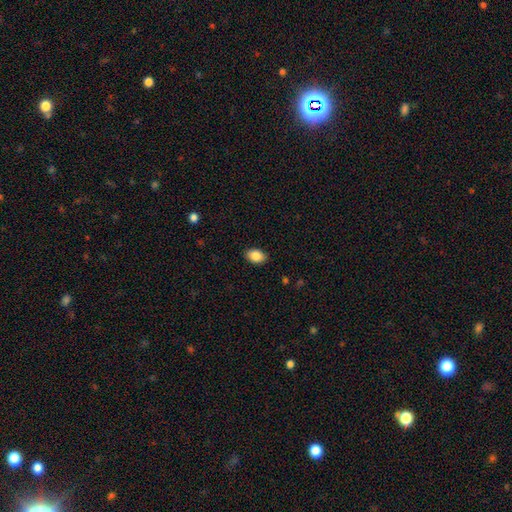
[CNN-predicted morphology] Overall: smooth (87%). How rounded: in between (86%). Merging: none (89%).